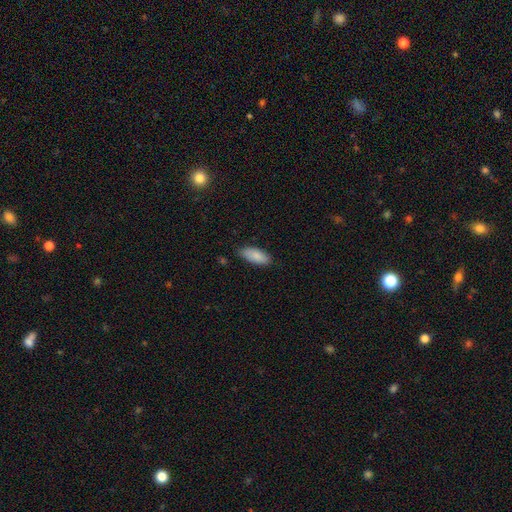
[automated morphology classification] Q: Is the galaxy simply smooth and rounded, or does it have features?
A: smooth — 86%.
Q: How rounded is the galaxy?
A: in between — 85%.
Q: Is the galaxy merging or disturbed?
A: none — 81%.